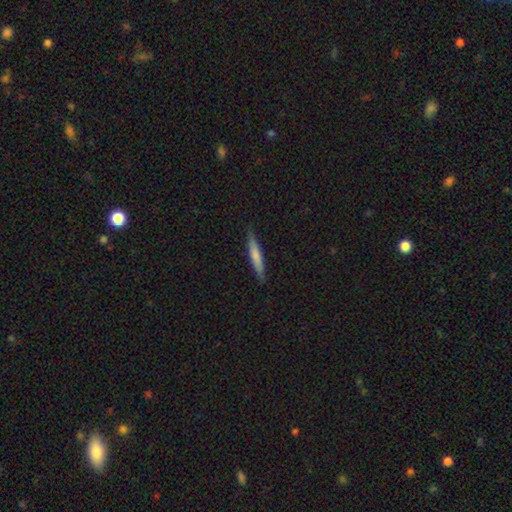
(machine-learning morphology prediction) smooth-or-featured: smooth: 66% | featured or disk: 28% | star or artifact: 6%
  how-rounded: cigar-shaped: 92% | in between: 7% | round: 1%
  merging: none: 87% | minor disturbance: 10% | major disturbance: 2% | merger: 1%